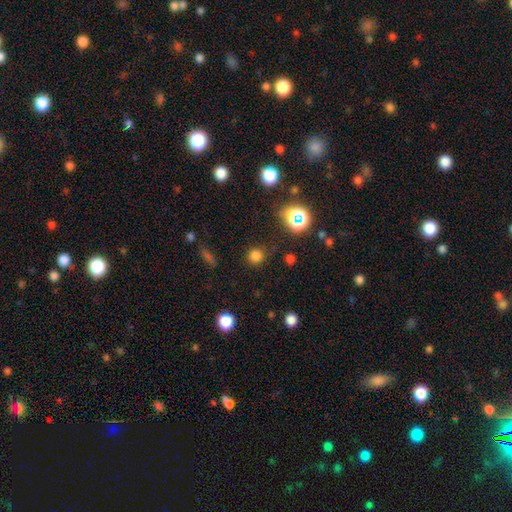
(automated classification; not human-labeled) Smooth or featured? Predicted: smooth (p=0.73). How rounded? Predicted: round (p=0.90). Merging? Predicted: none (p=0.82).